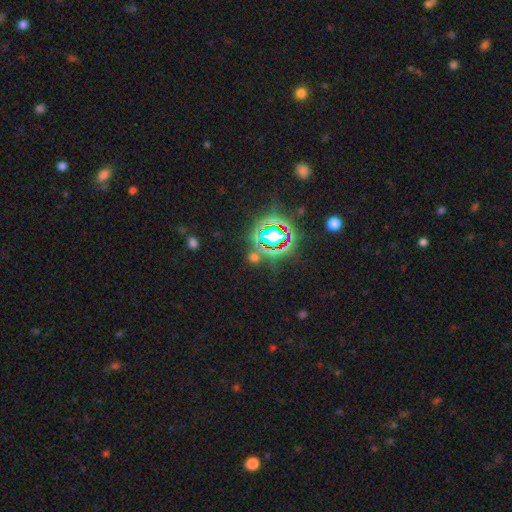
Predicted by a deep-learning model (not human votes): Smooth or featured?
  - star or artifact: 72% *
  - smooth: 19%
  - featured or disk: 9%